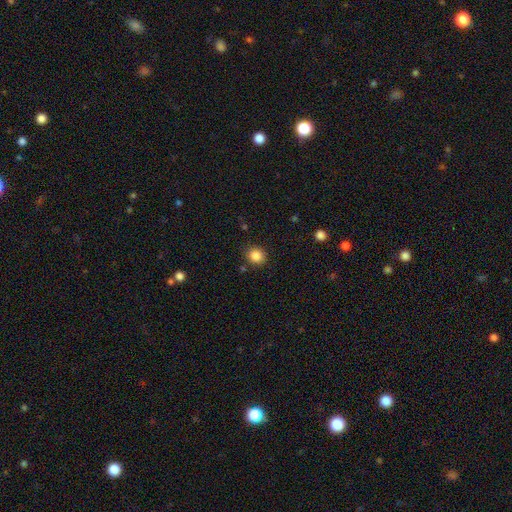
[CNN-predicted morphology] Smooth or featured? Predicted: smooth (p=0.86). How rounded? Predicted: round (p=0.82). Merging? Predicted: none (p=0.86).